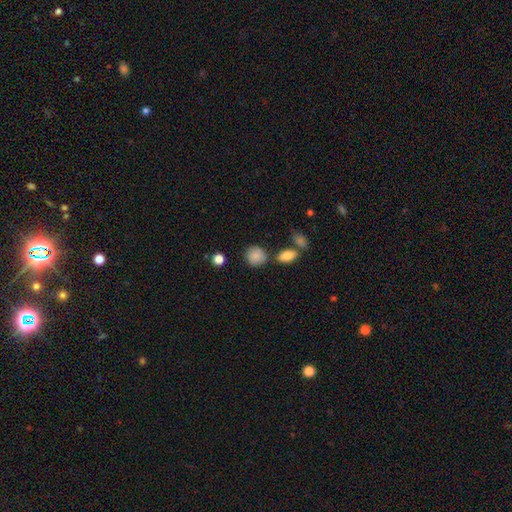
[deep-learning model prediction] Smooth or featured?
  - smooth: 85% *
  - star or artifact: 9%
  - featured or disk: 6%
How rounded?
  - round: 83% *
  - in between: 16%
  - cigar-shaped: 1%
Merging?
  - none: 75% *
  - minor disturbance: 14%
  - merger: 8%
  - major disturbance: 4%